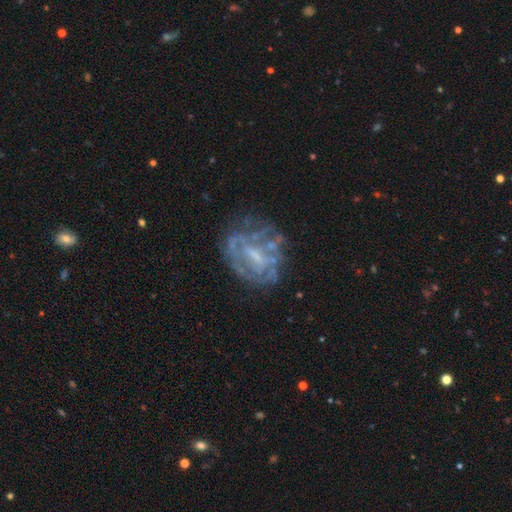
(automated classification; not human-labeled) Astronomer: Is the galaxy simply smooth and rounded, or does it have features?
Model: featured or disk — 70%.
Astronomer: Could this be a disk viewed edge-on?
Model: no — 97%.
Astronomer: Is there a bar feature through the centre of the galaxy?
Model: no — 44% (runner-up: weak, 41%).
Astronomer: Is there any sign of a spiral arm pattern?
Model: no — 63%.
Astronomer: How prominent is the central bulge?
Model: small — 41% (runner-up: none, 31%).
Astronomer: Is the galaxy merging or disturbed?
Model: none — 58%.